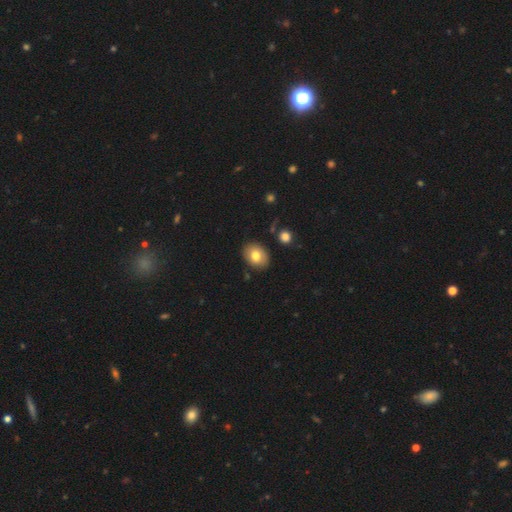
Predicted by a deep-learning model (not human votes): Q: Smooth or featured?
A: smooth (78%); runner-up: featured or disk (14%)
Q: How rounded?
A: in between (66%); runner-up: round (33%)
Q: Merging?
A: none (86%); runner-up: minor disturbance (9%)